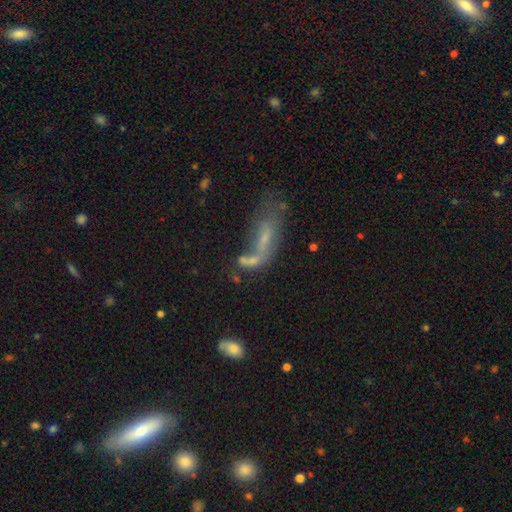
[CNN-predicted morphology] smooth 43%, featured or disk 42%, star or artifact 15%. Down the decision tree: merging — merger (29%).